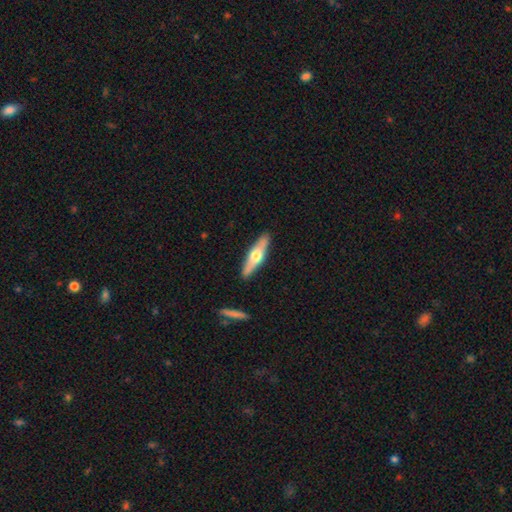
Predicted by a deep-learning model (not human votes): This appears to be a featured or disk galaxy (53%) viewed edge-on (90%). Merging: none (89%).